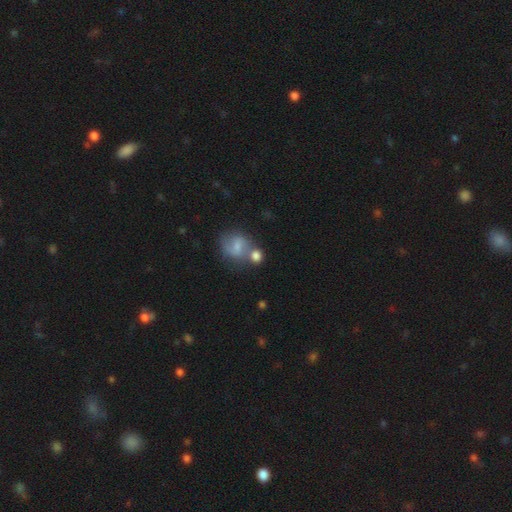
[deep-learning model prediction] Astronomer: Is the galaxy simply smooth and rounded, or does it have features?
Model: smooth — 67%.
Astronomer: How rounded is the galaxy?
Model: round — 73%.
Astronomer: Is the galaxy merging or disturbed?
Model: none — 46% (runner-up: merger, 35%).